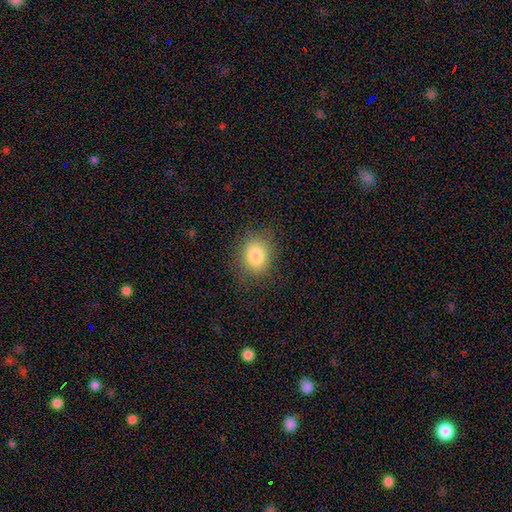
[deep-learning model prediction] smooth_or_featured: smooth (p=0.84) [alt: star or artifact p=0.10]
how_rounded: round (p=0.51) [alt: in between p=0.48]
merging: none (p=0.82) [alt: minor disturbance p=0.12]